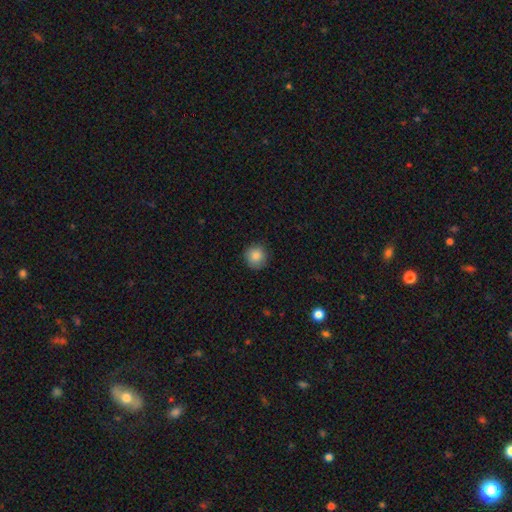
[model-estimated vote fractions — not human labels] This appears to be a smooth galaxy with no disk features (86%) that is round (94%). Merging: none (89%).